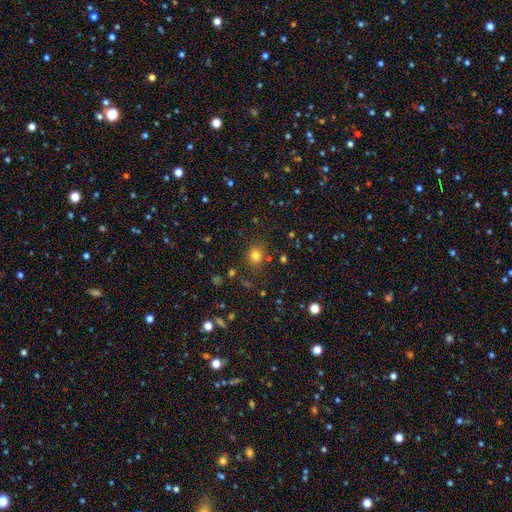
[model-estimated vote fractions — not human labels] Morphology: type=smooth (77%); roundness=round (81%); merging=none (82%).